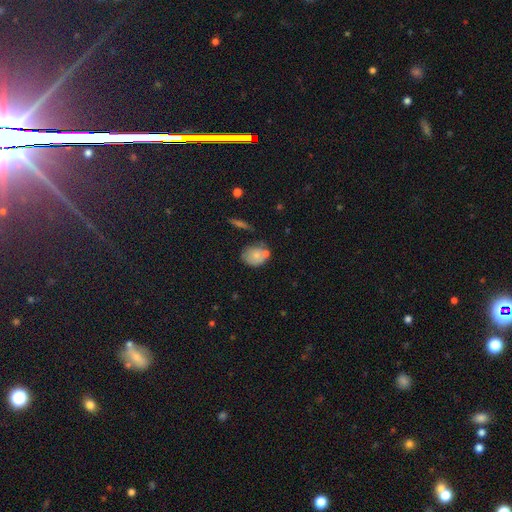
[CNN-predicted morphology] Overall: smooth (72%). How rounded: round (57%; in between 41%). Merging: none (51%; minor disturbance 22%).